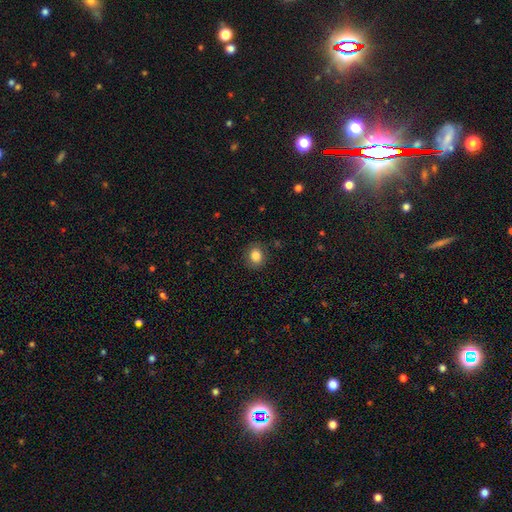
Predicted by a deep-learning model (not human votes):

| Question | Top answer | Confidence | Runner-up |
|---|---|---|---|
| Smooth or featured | smooth | 83% | star or artifact (10%) |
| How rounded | round | 71% | in between (28%) |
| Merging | none | 88% | minor disturbance (9%) |